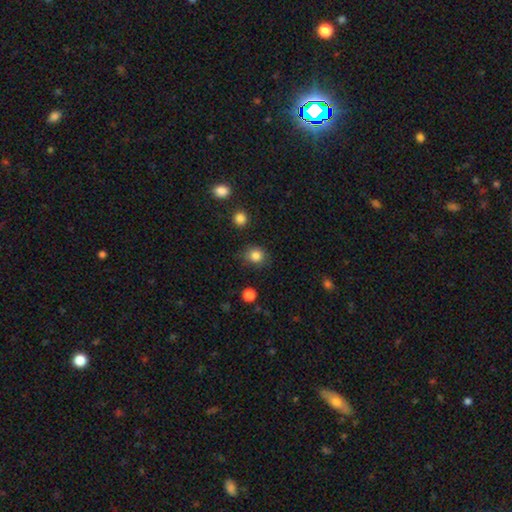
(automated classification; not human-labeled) Smooth or featured?
  - smooth: 84% *
  - star or artifact: 11%
  - featured or disk: 5%
How rounded?
  - round: 83% *
  - in between: 16%
  - cigar-shaped: 1%
Merging?
  - none: 82% *
  - minor disturbance: 13%
  - major disturbance: 3%
  - merger: 2%